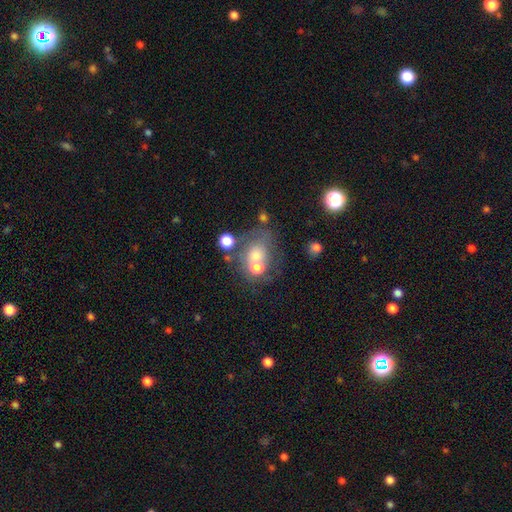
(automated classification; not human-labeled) Smooth or featured?
  - smooth: 57% *
  - featured or disk: 26%
  - star or artifact: 17%
How rounded?
  - round: 63% *
  - in between: 36%
  - cigar-shaped: 1%
Merging?
  - none: 38% *
  - merger: 36%
  - minor disturbance: 14%
  - major disturbance: 12%